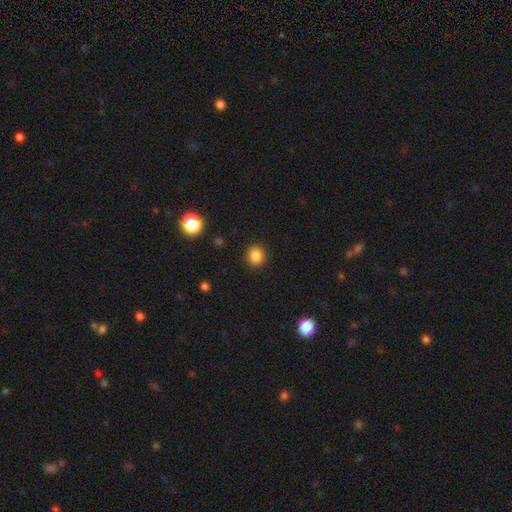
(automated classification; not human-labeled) smooth-or-featured: smooth: 85% | star or artifact: 11% | featured or disk: 4%
  how-rounded: round: 82% | in between: 17% | cigar-shaped: 1%
  merging: none: 91% | minor disturbance: 6% | major disturbance: 2% | merger: 1%